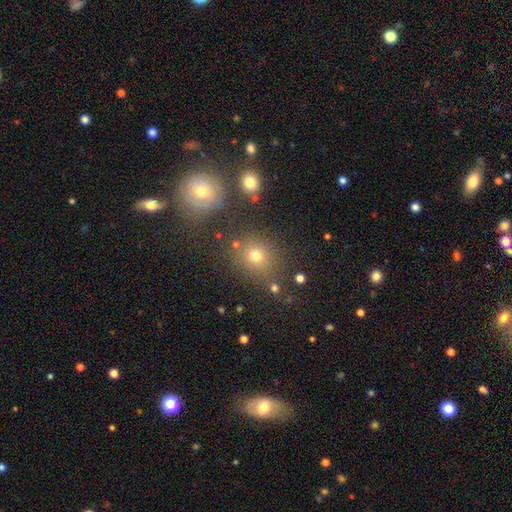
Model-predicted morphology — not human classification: type=smooth (68%); roundness=round (78%); merging=none (75%).